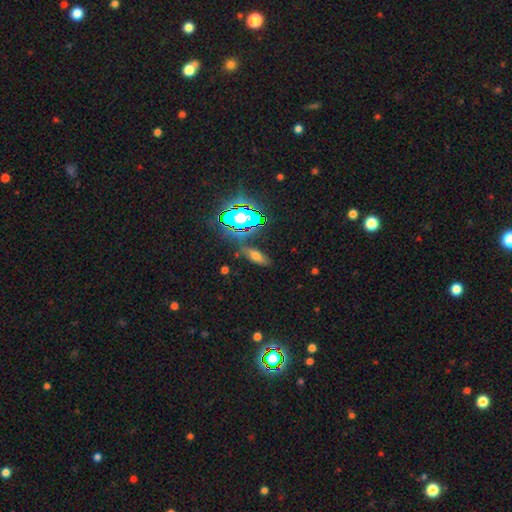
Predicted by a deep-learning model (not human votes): Smooth or featured? smooth (51%)
How rounded? in between (60%)
Merging? none (75%)